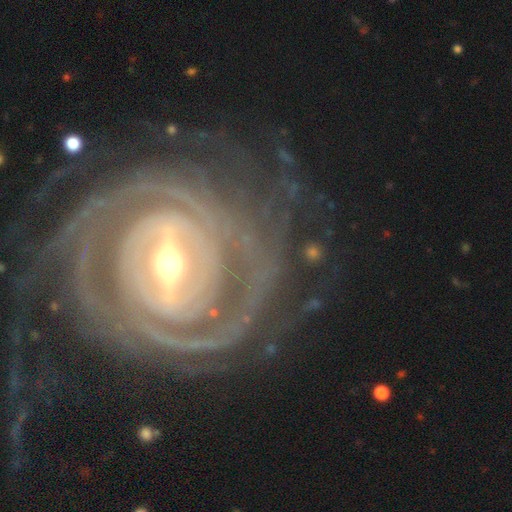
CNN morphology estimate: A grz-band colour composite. It shows a featured or disk galaxy (91%) with a strong bar (72%), tight (81%) spiral arms (94%) and a moderate central bulge (56%). Merging: none (74%).